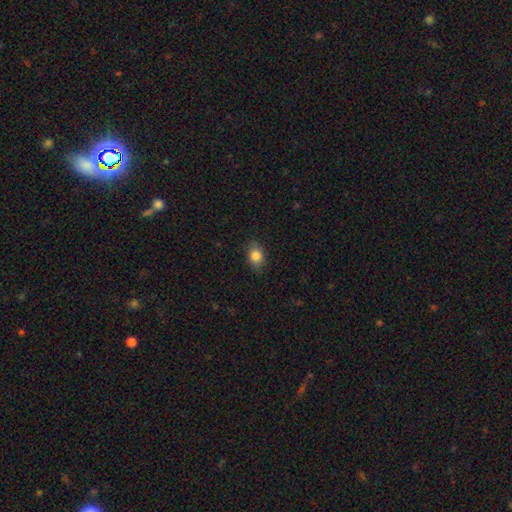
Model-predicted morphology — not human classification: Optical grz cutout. It shows a smooth galaxy with no disk features (84%) that is in between round and cigar-shaped (68%). Merging: none (83%).